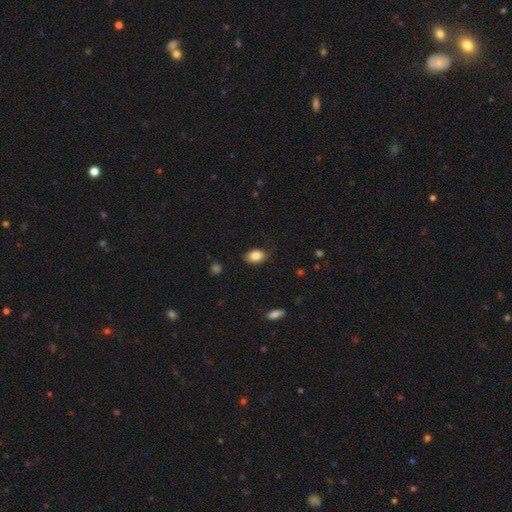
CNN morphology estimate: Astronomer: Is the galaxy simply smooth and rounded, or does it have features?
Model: smooth — 84%.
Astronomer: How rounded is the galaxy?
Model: in between — 83%.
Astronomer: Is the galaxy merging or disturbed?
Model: none — 84%.